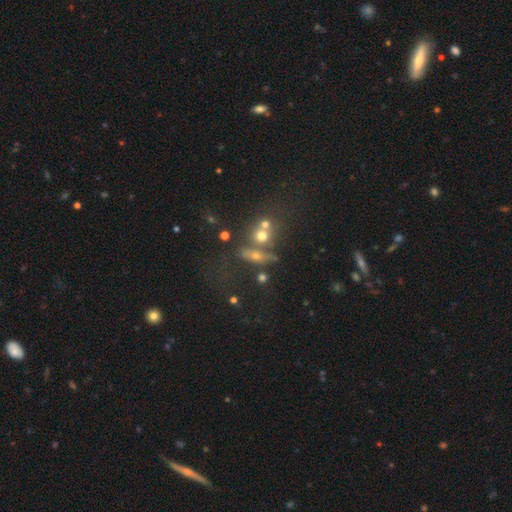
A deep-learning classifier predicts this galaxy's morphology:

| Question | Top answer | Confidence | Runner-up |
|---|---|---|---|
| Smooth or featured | smooth | 42% | featured or disk (37%) |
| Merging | none | 48% | merger (32%) |